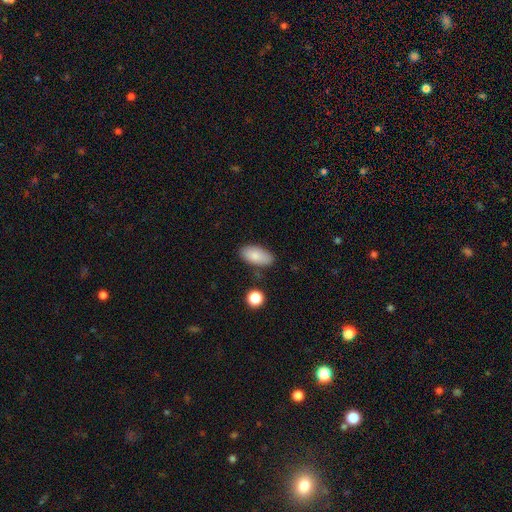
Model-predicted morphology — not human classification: This is clearly a smooth galaxy (83%). How rounded: clearly in between (92%). Merging: likely none (78%).